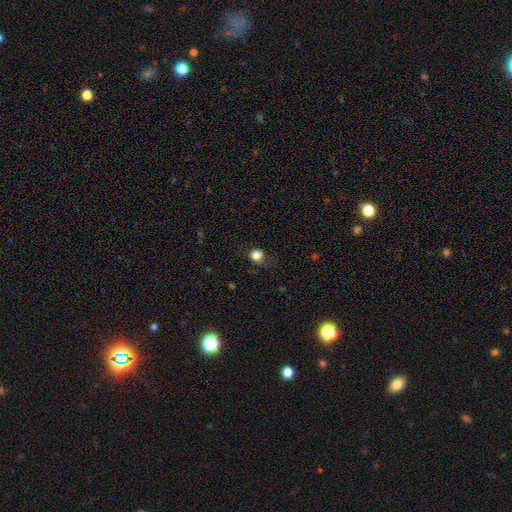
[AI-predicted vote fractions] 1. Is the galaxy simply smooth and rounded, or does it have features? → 82% smooth, 11% star or artifact, 6% featured or disk.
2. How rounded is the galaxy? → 79% round, 20% in between, 1% cigar-shaped.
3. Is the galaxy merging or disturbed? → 60% none, 23% minor disturbance, 16% major disturbance, 2% merger.